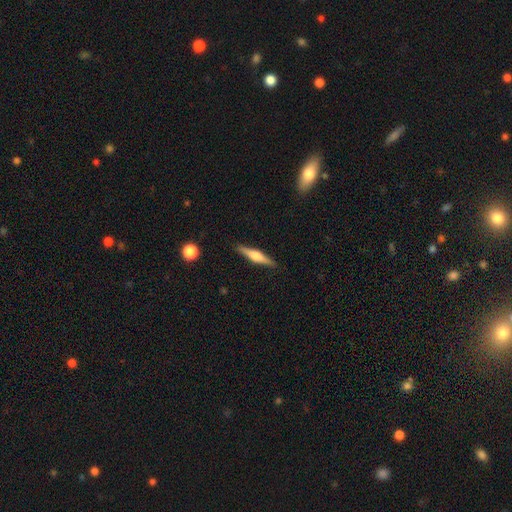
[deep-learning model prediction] A featured or disk galaxy (63%) viewed edge-on (98%) with a rounded central bulge (84%).

Vote fractions:
- Smooth or featured? featured or disk: 63% / smooth: 31% / star or artifact: 6%
- Edge-on disk? yes: 98% / no: 2%
- Edge-on bulge? rounded: 84% / boxy: 12% / none: 4%
- Merging? none: 90% / minor disturbance: 7% / major disturbance: 2% / merger: 1%